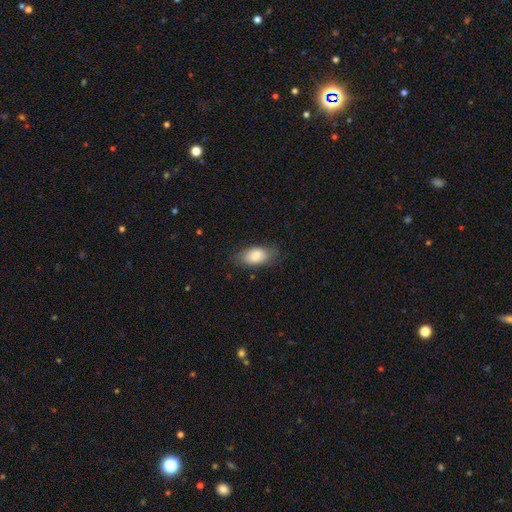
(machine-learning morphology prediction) smooth_or_featured: smooth (p=0.82) [alt: featured or disk p=0.11]
how_rounded: in between (p=0.91) [alt: cigar-shaped p=0.05]
merging: none (p=0.72) [alt: minor disturbance p=0.20]